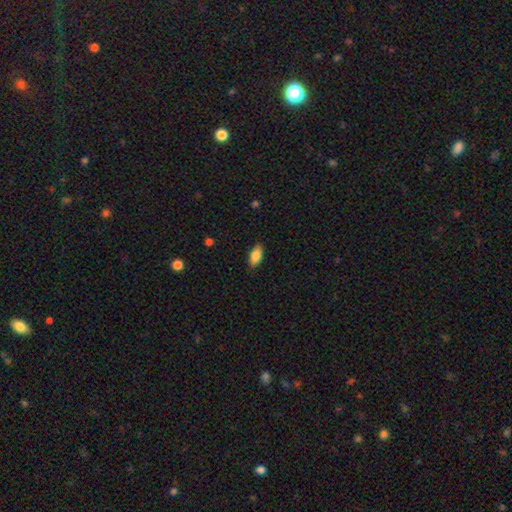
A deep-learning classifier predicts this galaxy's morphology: Smooth or featured?
  - smooth: 81% *
  - featured or disk: 12%
  - star or artifact: 7%
How rounded?
  - in between: 86% *
  - cigar-shaped: 12%
  - round: 3%
Merging?
  - none: 87% *
  - minor disturbance: 10%
  - major disturbance: 2%
  - merger: 1%